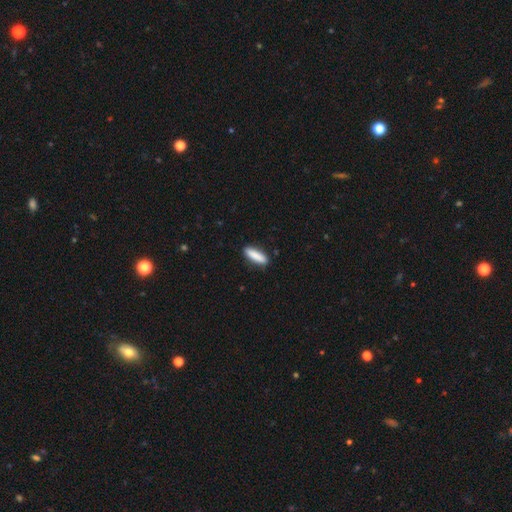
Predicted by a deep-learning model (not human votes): Overall: smooth (88%). How rounded: cigar-shaped (63%; in between 35%). Merging: none (89%).